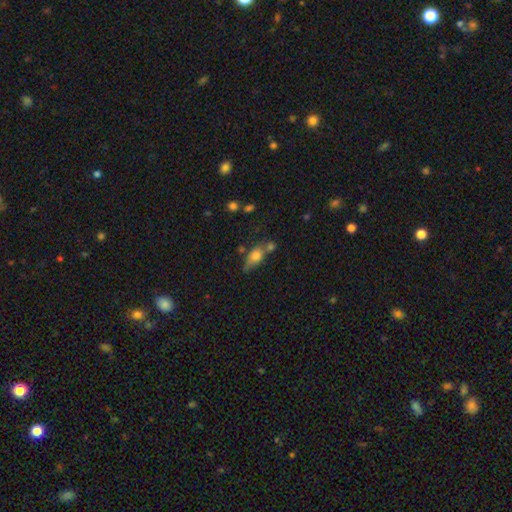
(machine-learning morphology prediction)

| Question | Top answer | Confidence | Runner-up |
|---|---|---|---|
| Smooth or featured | smooth | 71% | featured or disk (20%) |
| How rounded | in between | 74% | cigar-shaped (14%) |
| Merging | none | 43% | merger (27%) |